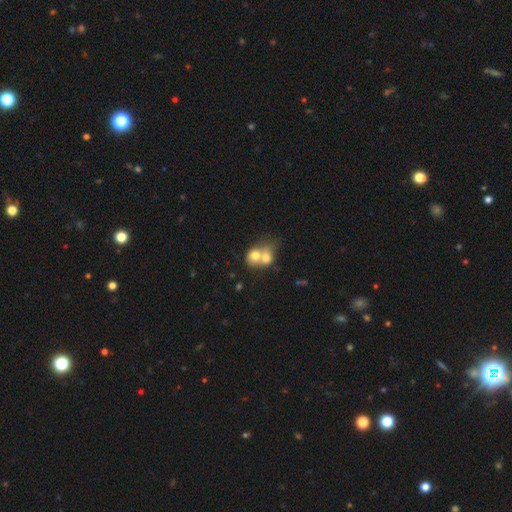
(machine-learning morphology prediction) Overall: smooth (70%). How rounded: round (59%; in between 40%). Merging: merger (78%).